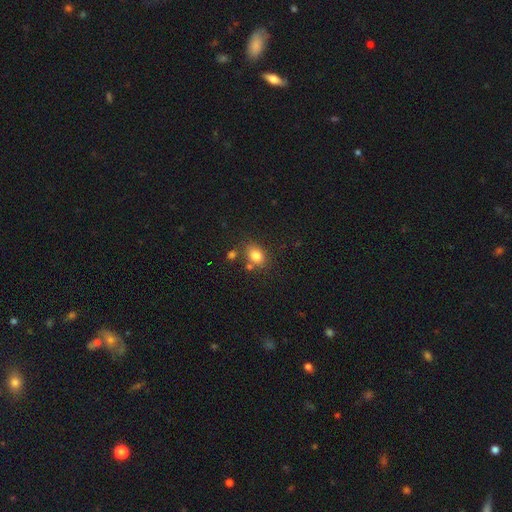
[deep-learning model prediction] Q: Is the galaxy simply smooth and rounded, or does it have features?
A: smooth — 80%.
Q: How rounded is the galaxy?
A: in between — 62%.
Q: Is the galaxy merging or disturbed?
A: none — 69%.